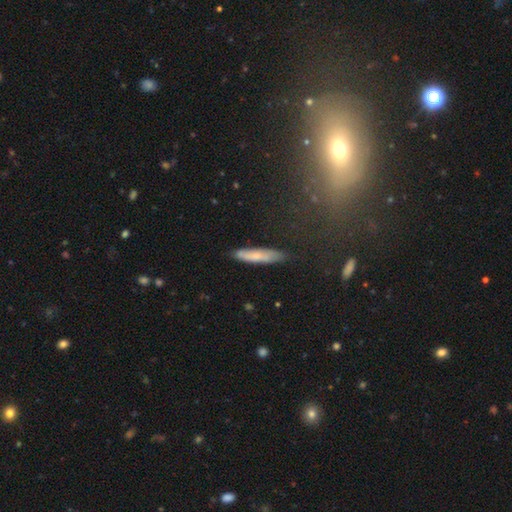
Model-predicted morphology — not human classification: smooth 66%, featured or disk 28%, star or artifact 7%. Down the decision tree: how rounded — cigar-shaped (86%); merging — none (81%).